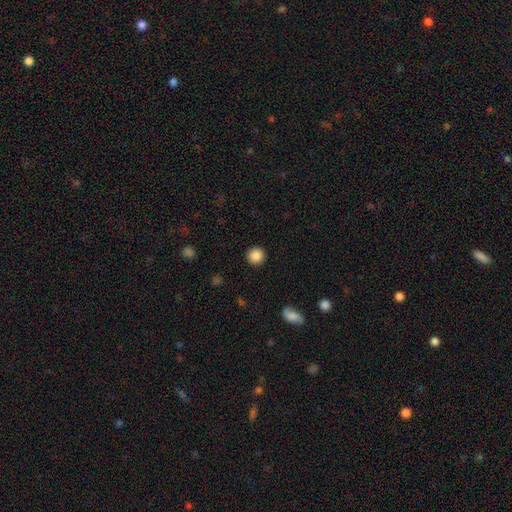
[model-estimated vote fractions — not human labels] Smooth or featured?
  - smooth: 88% *
  - star or artifact: 9%
  - featured or disk: 3%
How rounded?
  - round: 94% *
  - in between: 5%
  - cigar-shaped: 1%
Merging?
  - none: 92% *
  - minor disturbance: 5%
  - major disturbance: 2%
  - merger: 1%